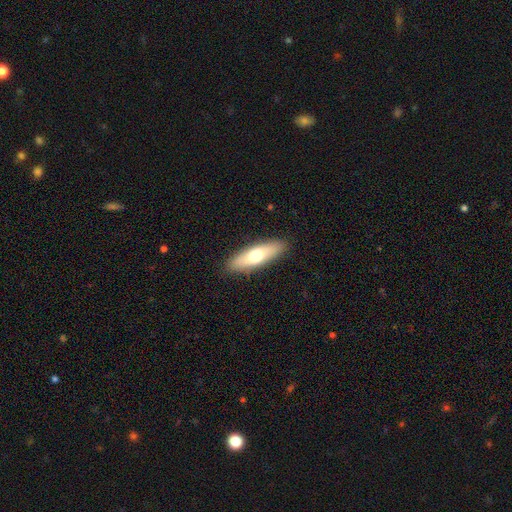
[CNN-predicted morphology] A smooth galaxy with no disk features (64%) that is cigar-shaped (52%). Merging: none (89%).